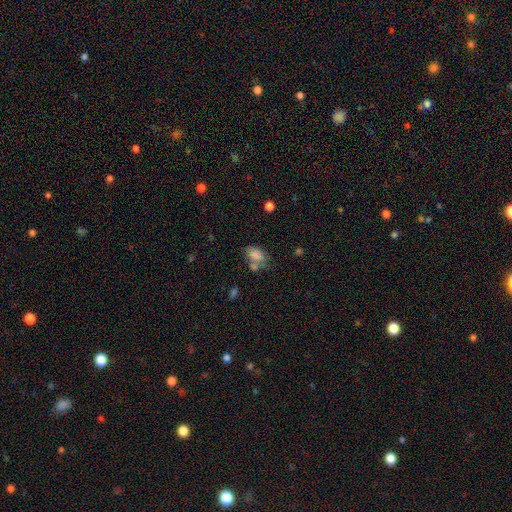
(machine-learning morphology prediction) type=smooth (79%); roundness=in between (85%); merging=none (42%).